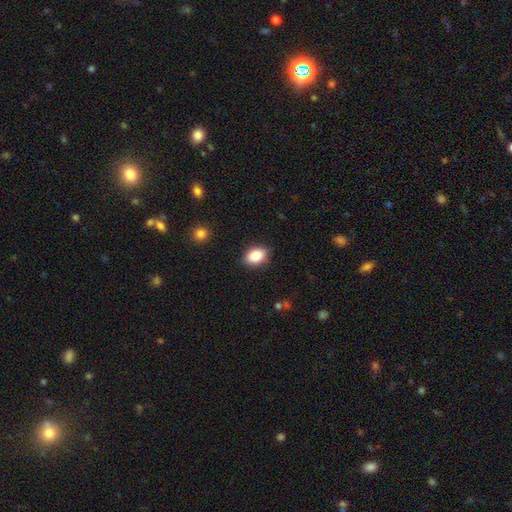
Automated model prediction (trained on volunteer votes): smooth 87%, star or artifact 8%, featured or disk 6%. Down the decision tree: how rounded — in between (83%); merging — none (88%).